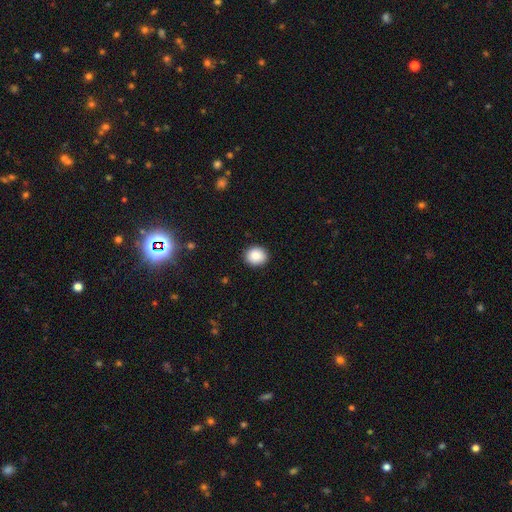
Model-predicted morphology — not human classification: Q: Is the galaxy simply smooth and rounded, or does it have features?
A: smooth — 88%.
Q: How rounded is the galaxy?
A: round — 75%.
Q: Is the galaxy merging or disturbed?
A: none — 90%.